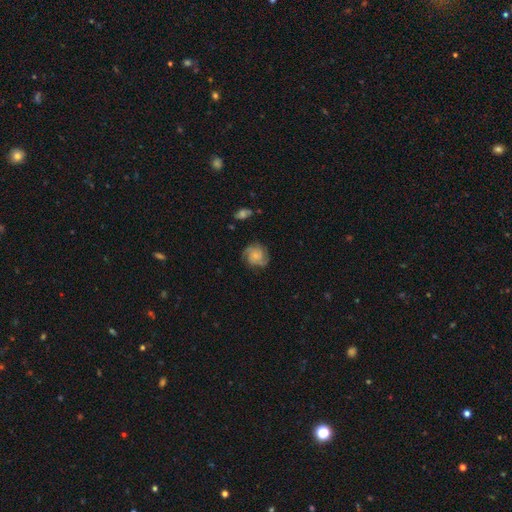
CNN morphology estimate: Overall: featured or disk (66%). Edge-on disk: no (98%). Bar: no (75%). Spiral arms: yes (93%). Spiral arm count: 3 (35%; 2 28%). Spiral winding: tight (52%; medium 38%). Bulge size: small (59%; moderate 21%). Merging: none (74%).